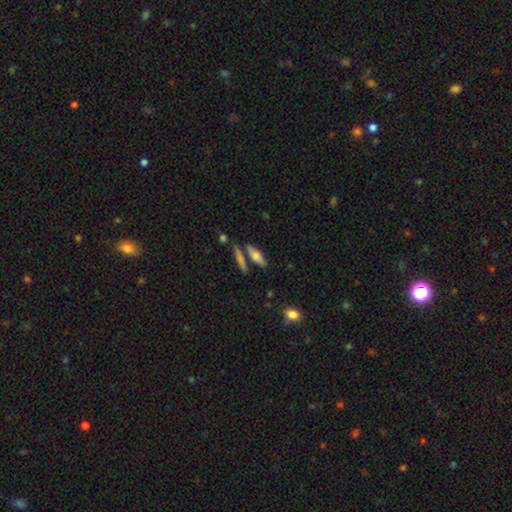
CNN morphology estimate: A smooth galaxy with no disk features (65%) that is cigar-shaped (58%). Merging: none (67%).